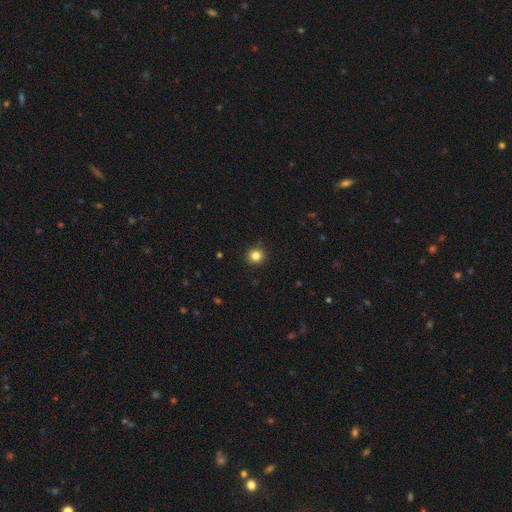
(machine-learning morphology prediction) smooth-or-featured: smooth: 84% | star or artifact: 12% | featured or disk: 4%
  how-rounded: round: 94% | in between: 5% | cigar-shaped: 1%
  merging: none: 92% | minor disturbance: 6% | major disturbance: 2% | merger: 1%